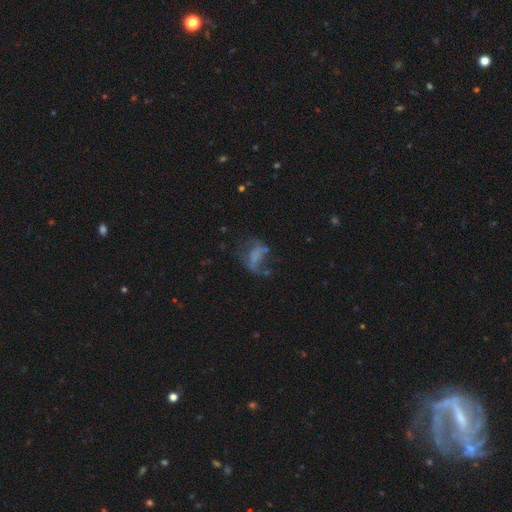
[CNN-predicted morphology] type=featured or disk (47%); merging=major disturbance (43%).